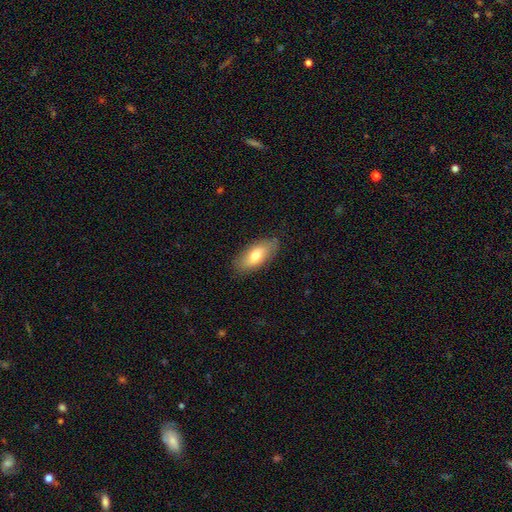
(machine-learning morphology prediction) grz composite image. It shows a smooth galaxy with no disk features (72%) that is in between round and cigar-shaped (88%). Merging: none (83%).